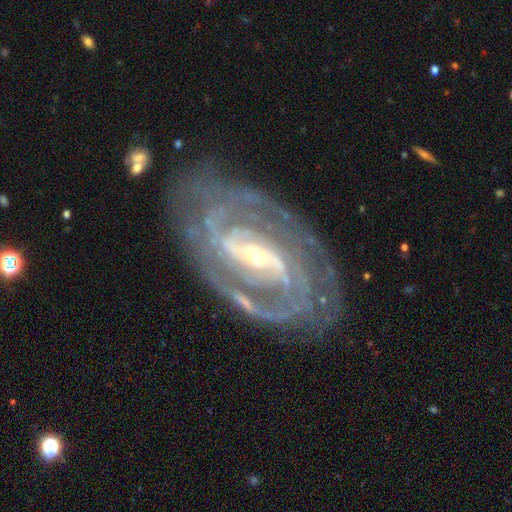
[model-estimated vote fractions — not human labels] Smooth or featured?
  - featured or disk: 91% *
  - star or artifact: 5%
  - smooth: 4%
Edge-on disk?
  - no: 96% *
  - yes: 4%
Bar?
  - strong: 49% *
  - weak: 35%
  - no: 16%
Spiral arms?
  - yes: 98% *
  - no: 2%
Spiral winding?
  - tight: 62% *
  - medium: 33%
  - loose: 6%
Spiral arm count?
  - 2: 52% *
  - 3: 19%
  - can't tell: 13%
  - 4: 7%
  - more than 4: 5%
  - 1: 5%
Bulge size?
  - small: 61% *
  - moderate: 35%
  - large: 2%
  - none: 1%
  - dominant: 1%
Merging?
  - none: 78% *
  - minor disturbance: 15%
  - major disturbance: 6%
  - merger: 2%